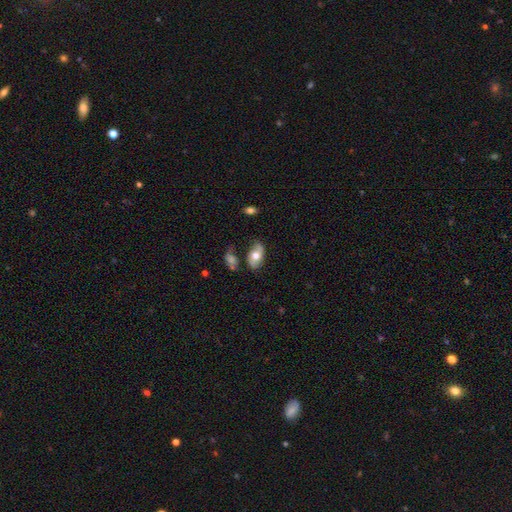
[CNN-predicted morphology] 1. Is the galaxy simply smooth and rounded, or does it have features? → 57% smooth, 36% featured or disk, 7% star or artifact.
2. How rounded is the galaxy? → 91% in between, 6% round, 2% cigar-shaped.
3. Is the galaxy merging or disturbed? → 67% none, 20% minor disturbance, 7% merger, 6% major disturbance.